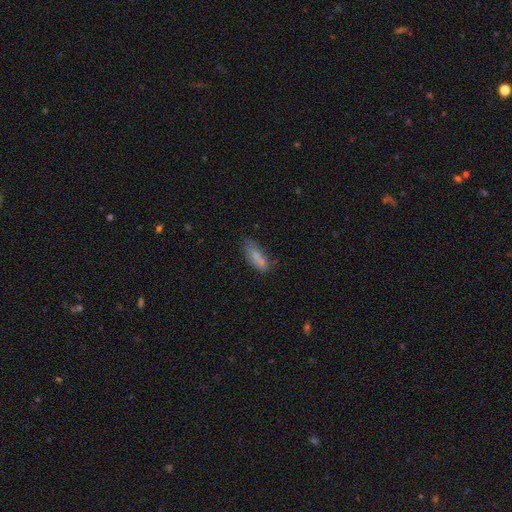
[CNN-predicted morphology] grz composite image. It shows a smooth galaxy with no disk features (73%) that is in between round and cigar-shaped (55%). Merging: none (67%).